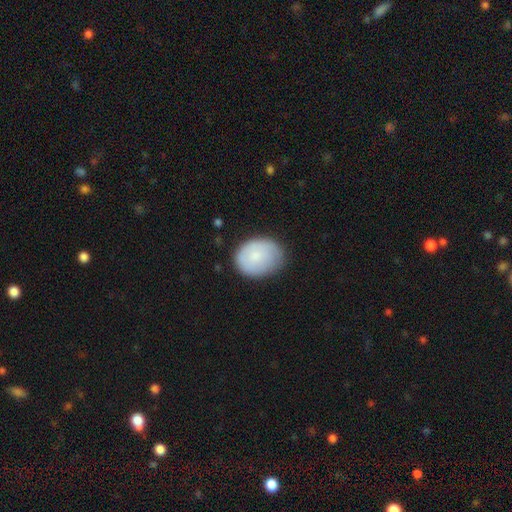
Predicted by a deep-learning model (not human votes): The model was most divided on "how rounded": in between: 55%, round: 45%, cigar-shaped: 1%. More confident: smooth or featured — smooth (76%); merging — none (64%).